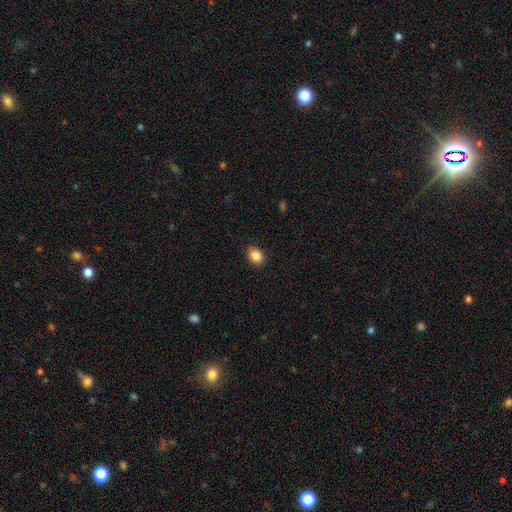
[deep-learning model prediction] smooth 88%, star or artifact 8%, featured or disk 4%. Down the decision tree: how rounded — in between (73%); merging — none (84%).